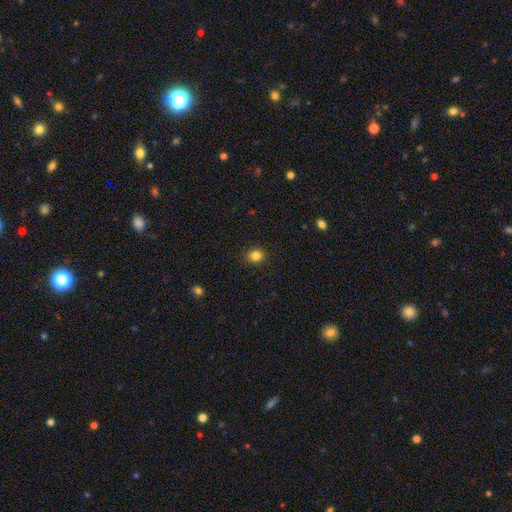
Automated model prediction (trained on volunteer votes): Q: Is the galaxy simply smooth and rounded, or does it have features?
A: smooth — 84%.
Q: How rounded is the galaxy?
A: round — 83%.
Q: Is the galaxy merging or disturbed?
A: none — 90%.